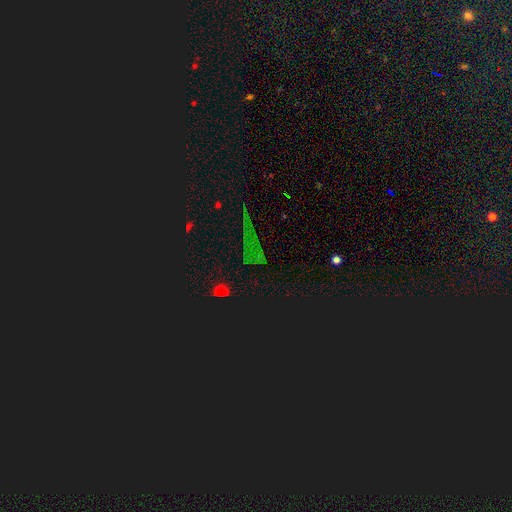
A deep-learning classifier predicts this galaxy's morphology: The model was most divided on "smooth or featured": star or artifact: 77%, smooth: 14%, featured or disk: 9%.